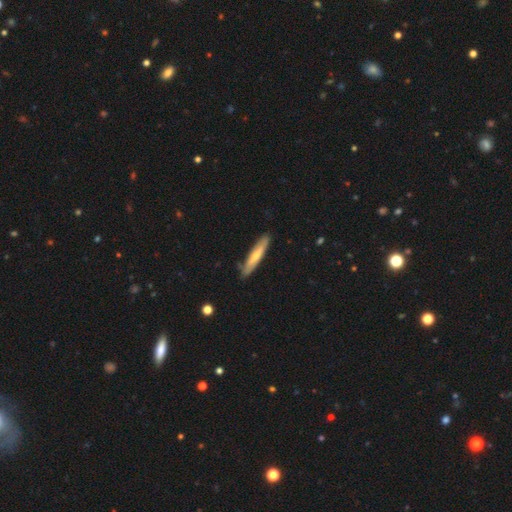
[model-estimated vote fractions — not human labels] Smooth or featured? smooth (58%)
How rounded? cigar-shaped (89%)
Merging? none (83%)